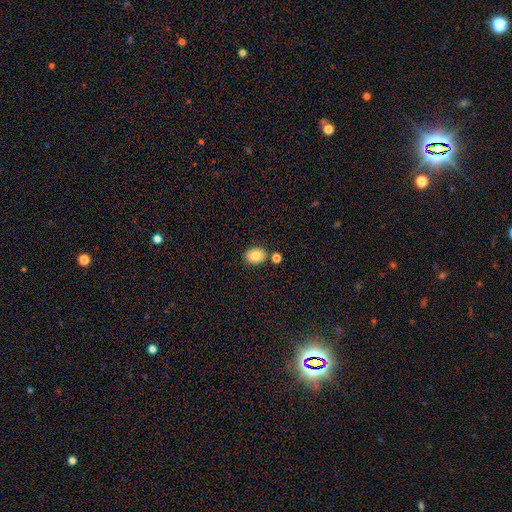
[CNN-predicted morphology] This is clearly a smooth galaxy (84%). How rounded: likely in between (69%). Merging: likely none (77%).